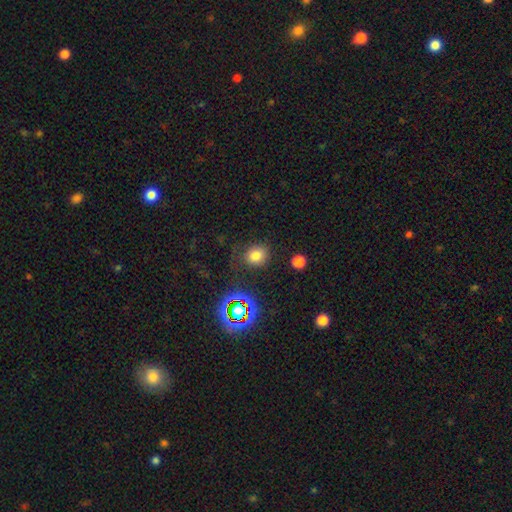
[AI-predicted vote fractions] Smooth or featured: smooth — 74% (star or artifact — 18%)
How rounded: round — 68% (in between — 31%)
Merging: none — 76% (minor disturbance — 15%)